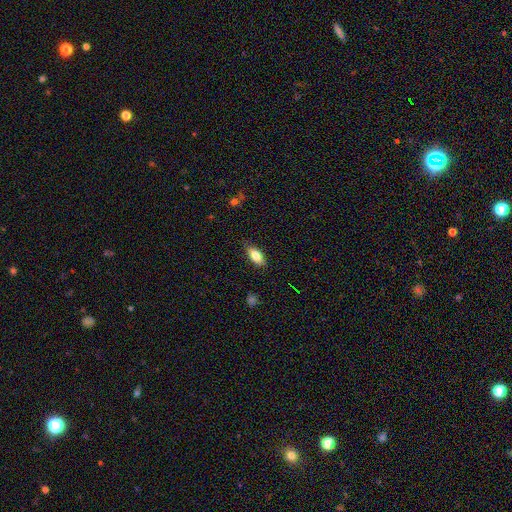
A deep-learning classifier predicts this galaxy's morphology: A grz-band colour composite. It shows a smooth galaxy with no disk features (81%) that is in between round and cigar-shaped (86%). Merging: none (82%).